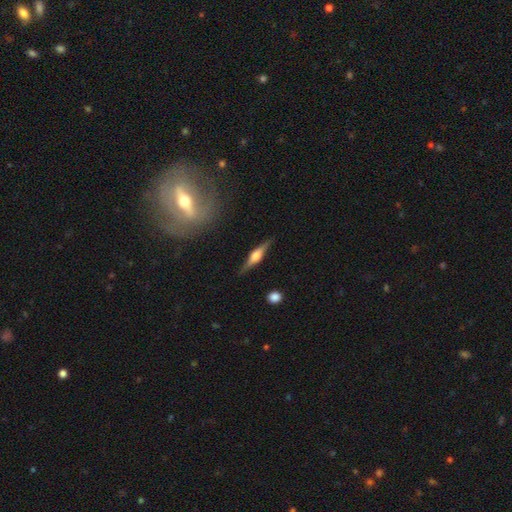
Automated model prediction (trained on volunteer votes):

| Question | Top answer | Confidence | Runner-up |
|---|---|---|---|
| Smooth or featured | featured or disk | 70% | smooth (24%) |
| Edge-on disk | yes | 96% | no (4%) |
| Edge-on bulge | rounded | 84% | boxy (13%) |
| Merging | none | 85% | minor disturbance (10%) |